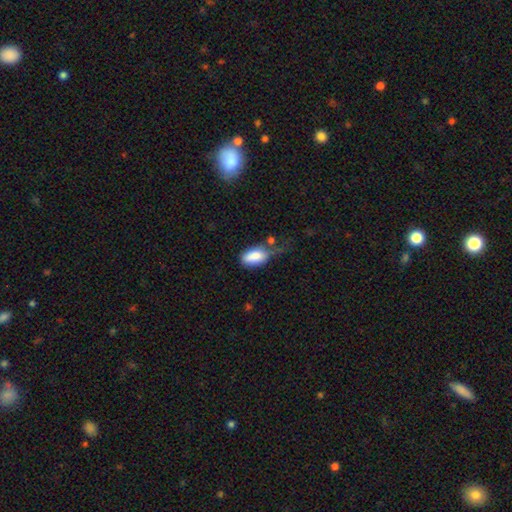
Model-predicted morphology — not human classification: smooth 84%, featured or disk 9%, star or artifact 7%. Down the decision tree: how rounded — in between (92%); merging — none (37%).